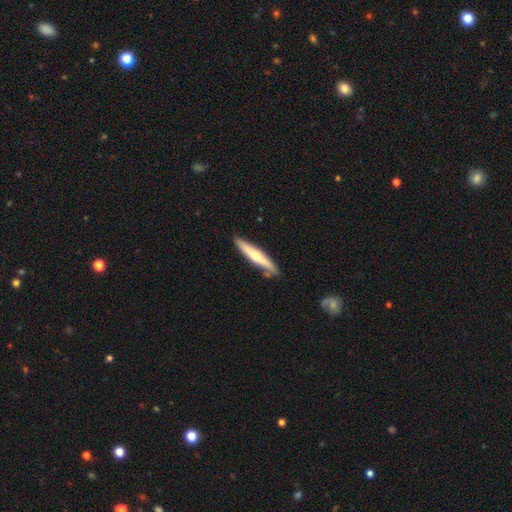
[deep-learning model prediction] Smooth or featured? Predicted: smooth (p=0.52). How rounded? Predicted: cigar-shaped (p=0.92). Merging? Predicted: none (p=0.84).